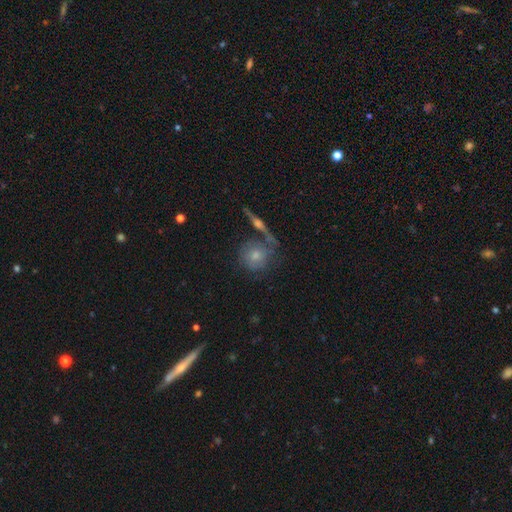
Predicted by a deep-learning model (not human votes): This appears to be a smooth galaxy with no disk features (53%) that is round (85%). Merging: none (57%).